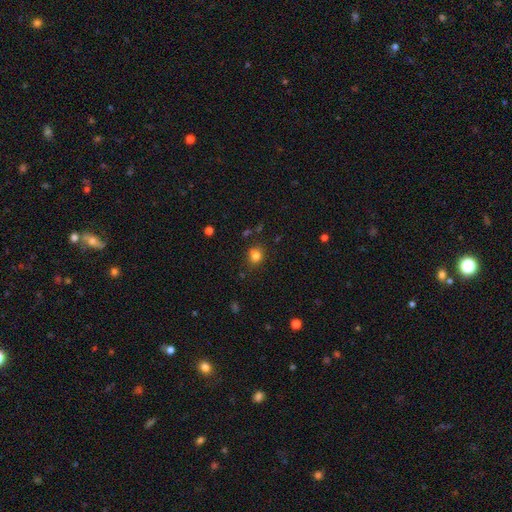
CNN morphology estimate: A smooth galaxy with no disk features (81%) that is round (79%).

Vote fractions:
- Smooth or featured? smooth: 81% / star or artifact: 13% / featured or disk: 6%
- How rounded? round: 79% / in between: 20% / cigar-shaped: 1%
- Merging? none: 81% / minor disturbance: 12% / major disturbance: 3% / merger: 3%